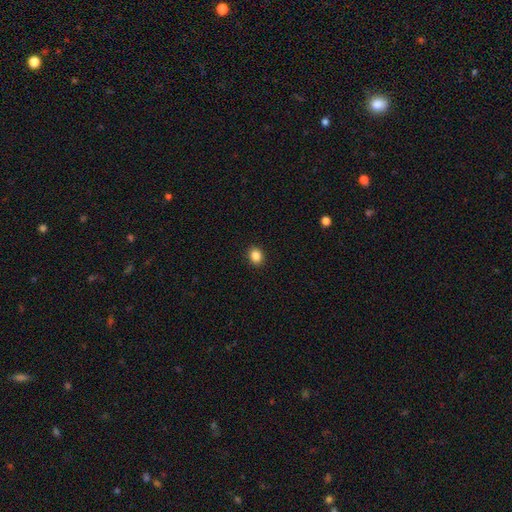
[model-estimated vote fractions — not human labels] Smooth or featured? Predicted: smooth (p=0.86). How rounded? Predicted: round (p=0.56). Merging? Predicted: none (p=0.92).